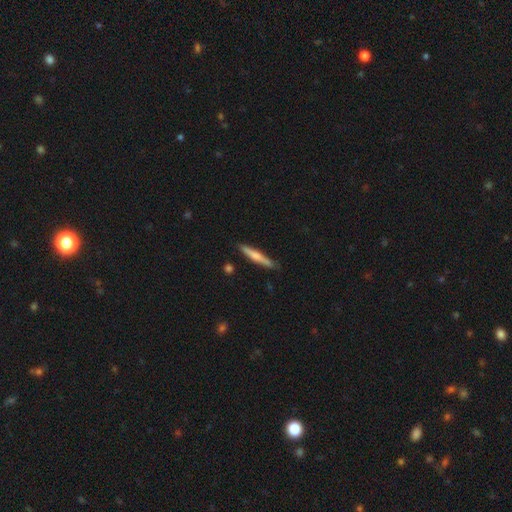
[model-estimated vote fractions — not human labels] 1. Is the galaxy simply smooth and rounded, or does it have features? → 57% smooth, 38% featured or disk, 5% star or artifact.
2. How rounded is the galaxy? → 94% cigar-shaped, 5% in between, 1% round.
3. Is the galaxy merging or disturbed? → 84% none, 12% minor disturbance, 2% major disturbance, 2% merger.